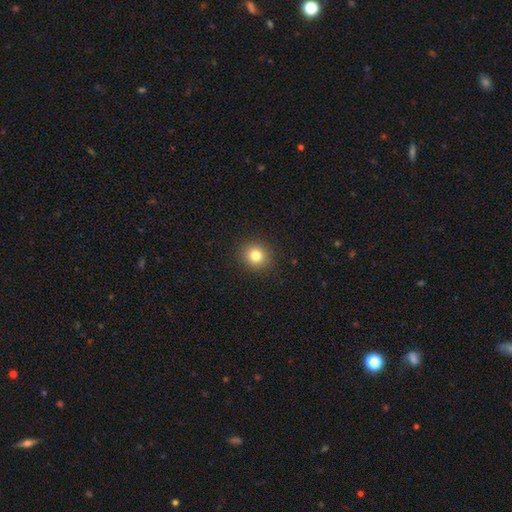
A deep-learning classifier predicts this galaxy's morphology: Smooth or featured: smooth — 81% (star or artifact — 12%)
How rounded: round — 88% (in between — 11%)
Merging: none — 91% (minor disturbance — 6%)